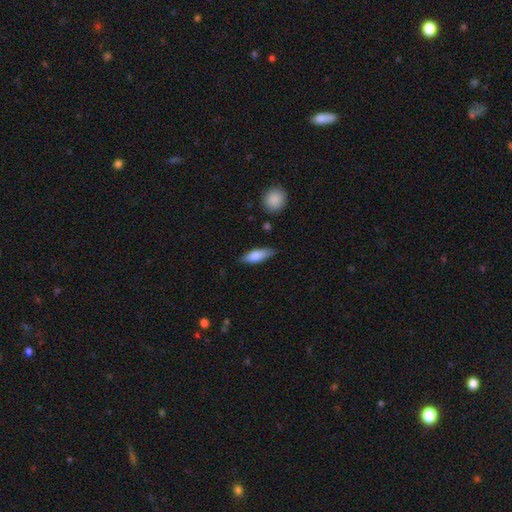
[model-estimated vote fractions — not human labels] This appears to be a smooth galaxy with no disk features (74%) that is in between round and cigar-shaped (62%). Merging: none (76%).